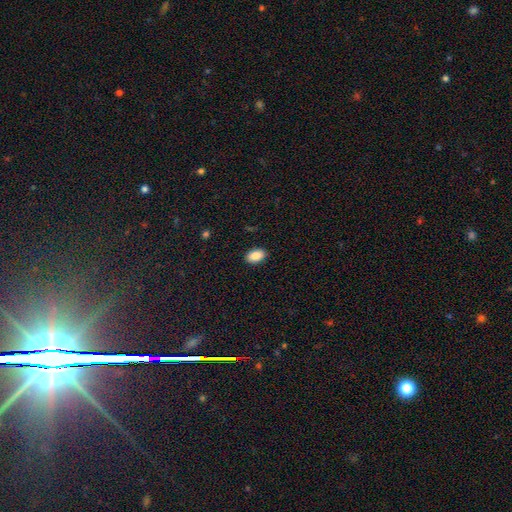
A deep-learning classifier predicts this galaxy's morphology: A smooth galaxy with no disk features (88%) that is in between round and cigar-shaped (91%).

Vote fractions:
- Smooth or featured? smooth: 88% / star or artifact: 7% / featured or disk: 5%
- How rounded? in between: 91% / round: 7% / cigar-shaped: 1%
- Merging? none: 90% / minor disturbance: 7% / major disturbance: 2% / merger: 1%